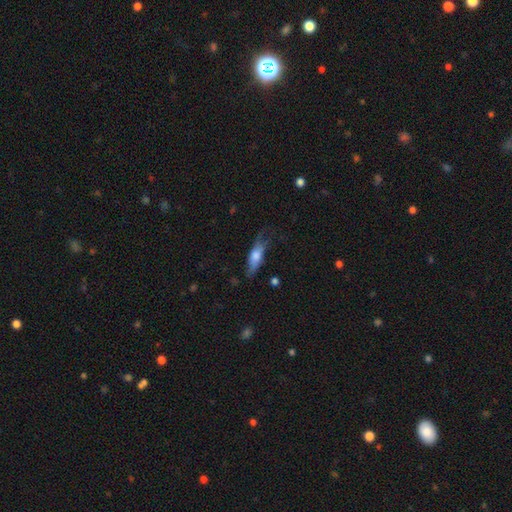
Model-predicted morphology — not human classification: smooth_or_featured: smooth (p=0.63) [alt: featured or disk p=0.30]
how_rounded: in between (p=0.51) [alt: cigar-shaped p=0.47]
merging: none (p=0.54) [alt: minor disturbance p=0.29]